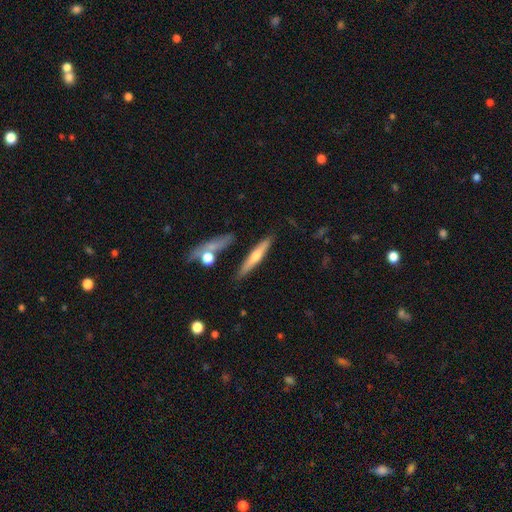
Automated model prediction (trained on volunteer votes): Smooth or featured? featured or disk (50%)
Edge-on disk? yes (93%)
Merging? none (82%)